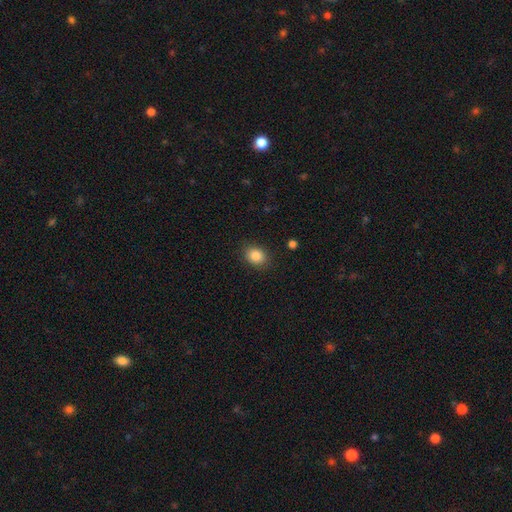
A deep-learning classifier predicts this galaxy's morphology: The model was most divided on "how rounded": in between: 51%, round: 48%, cigar-shaped: 1%. More confident: merging — none (87%); smooth or featured — smooth (85%).